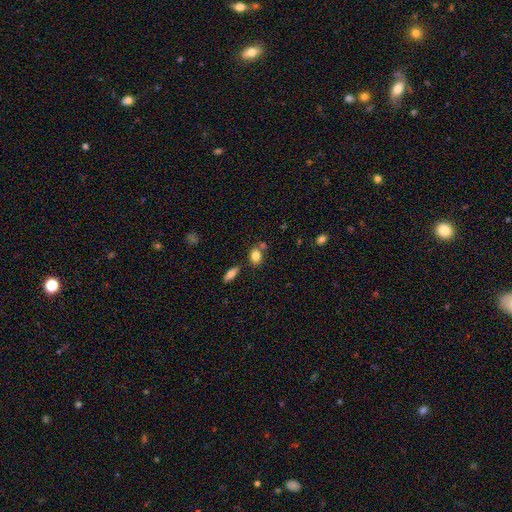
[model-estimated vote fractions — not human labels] A smooth galaxy with no disk features (82%) that is in between round and cigar-shaped (56%). Merging: none (63%).